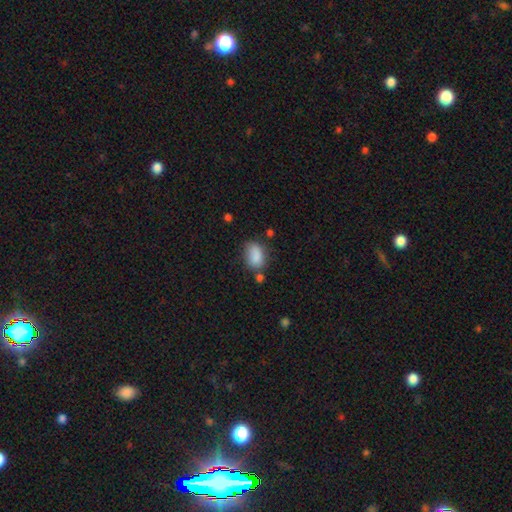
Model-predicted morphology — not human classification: Smooth or featured? smooth (84%)
How rounded? in between (83%)
Merging? none (55%)